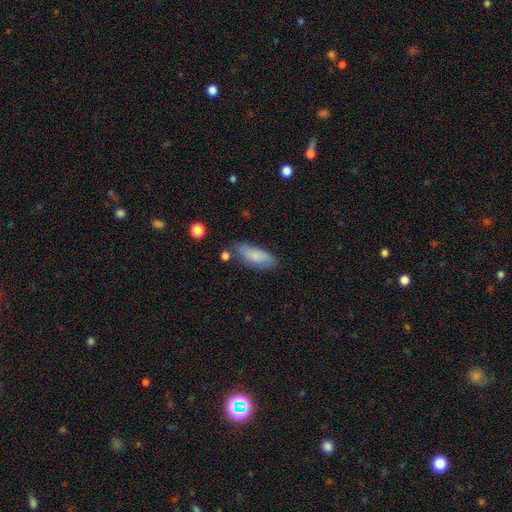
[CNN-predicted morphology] Q: Smooth or featured?
A: smooth (75%); runner-up: featured or disk (18%)
Q: How rounded?
A: in between (76%); runner-up: cigar-shaped (22%)
Q: Merging?
A: none (69%); runner-up: minor disturbance (21%)